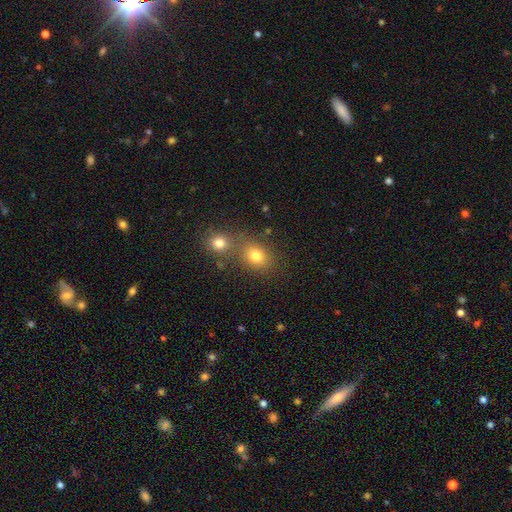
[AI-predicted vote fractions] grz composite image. It shows a smooth galaxy with no disk features (77%) that is round (54%). Merging: none (54%).